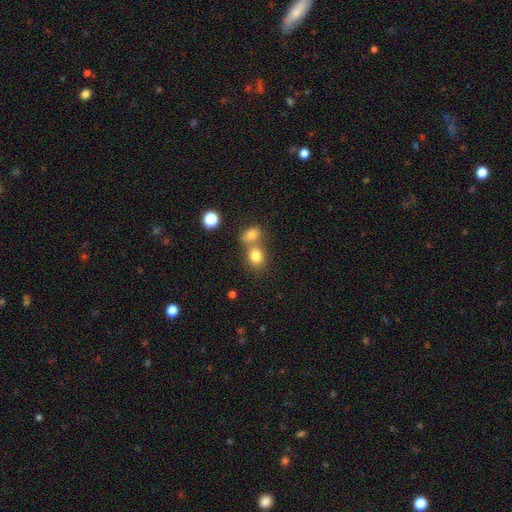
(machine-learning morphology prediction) smooth 79%, star or artifact 12%, featured or disk 9%. Down the decision tree: how rounded — round (50%); merging — merger (47%).